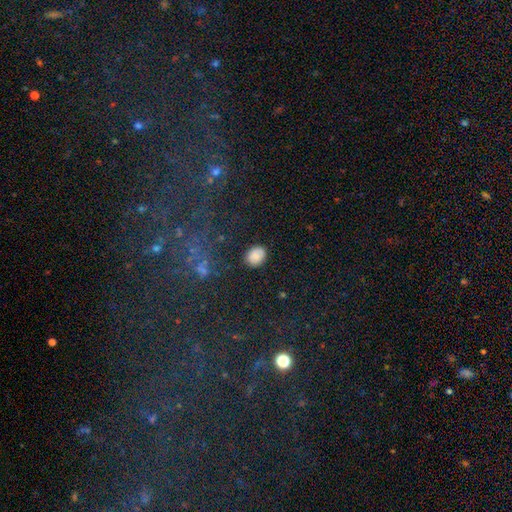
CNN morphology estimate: The model was most divided on "how rounded": in between: 52%, round: 47%, cigar-shaped: 1%. More confident: smooth or featured — smooth (82%); merging — none (82%).